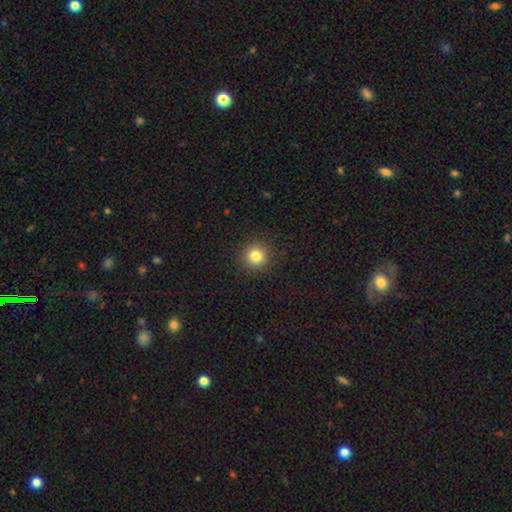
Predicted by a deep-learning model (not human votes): Smooth or featured?
  - smooth: 82% *
  - star or artifact: 12%
  - featured or disk: 5%
How rounded?
  - round: 95% *
  - in between: 4%
  - cigar-shaped: 1%
Merging?
  - none: 92% *
  - minor disturbance: 5%
  - major disturbance: 2%
  - merger: 1%